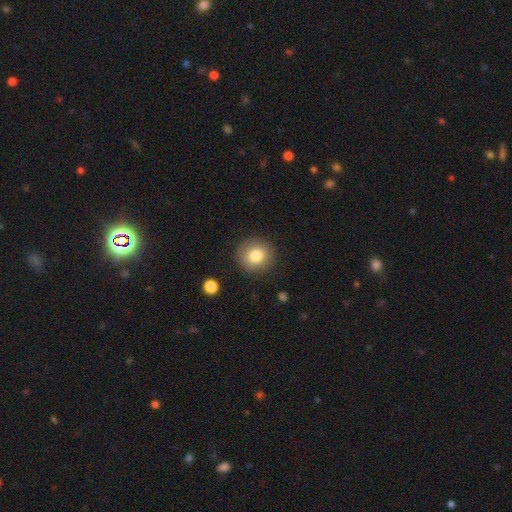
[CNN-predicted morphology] type=smooth (81%); roundness=round (91%); merging=none (88%).